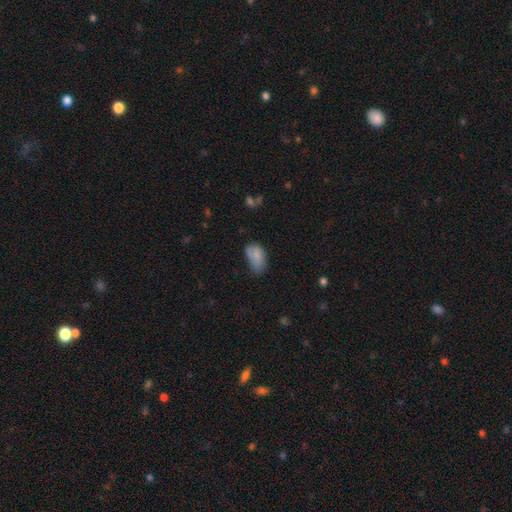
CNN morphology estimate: Overall: smooth (77%). How rounded: in between (92%). Merging: minor disturbance (41%; none 38%).